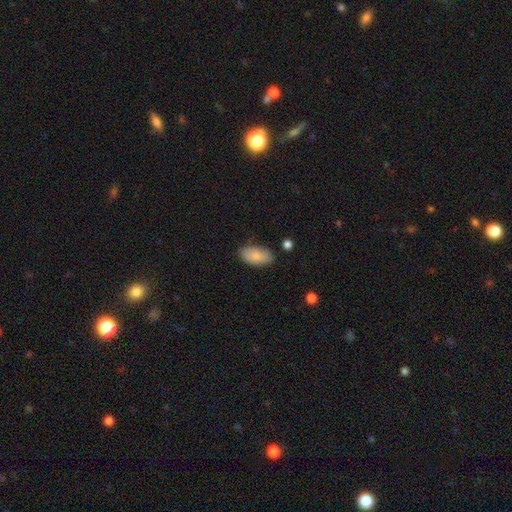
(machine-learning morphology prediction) This appears to be a smooth galaxy with no disk features (82%) that is in between round and cigar-shaped (94%). Merging: none (78%).